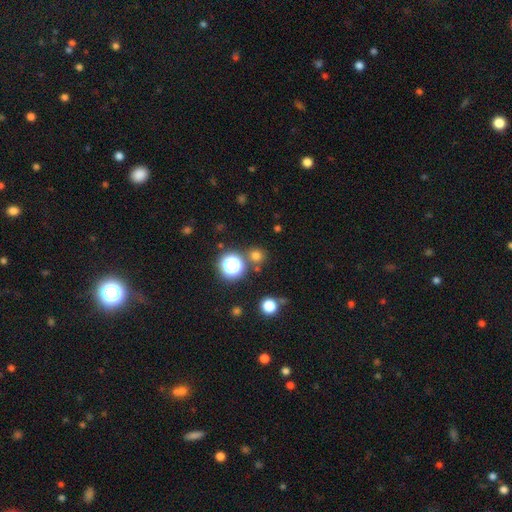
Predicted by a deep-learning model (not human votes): Overall: smooth (69%). How rounded: round (92%). Merging: none (80%).